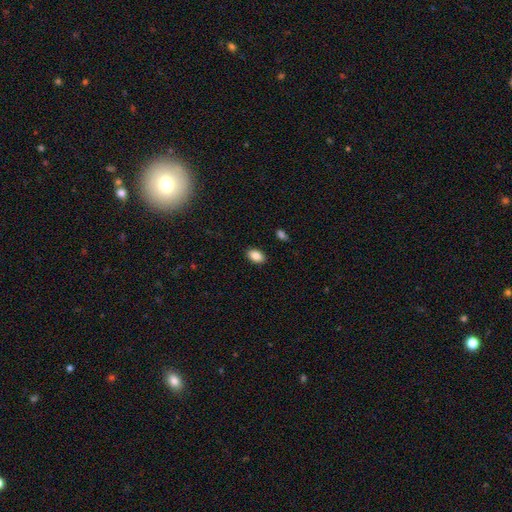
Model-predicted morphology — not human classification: smooth 87%, star or artifact 8%, featured or disk 5%. Down the decision tree: how rounded — in between (91%); merging — none (89%).